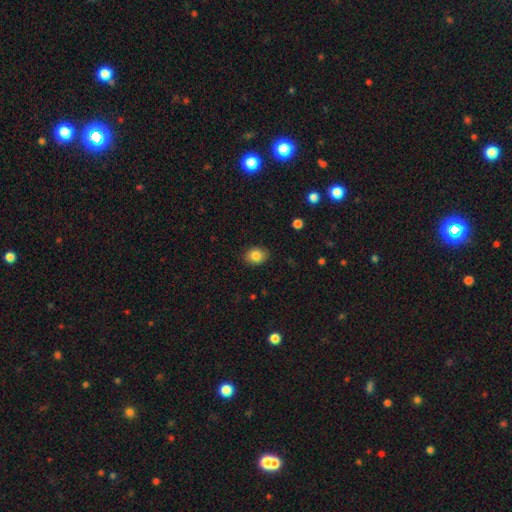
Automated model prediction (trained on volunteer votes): The model was most divided on "how rounded": in between: 55%, round: 44%, cigar-shaped: 1%. More confident: merging — none (87%); smooth or featured — smooth (84%).